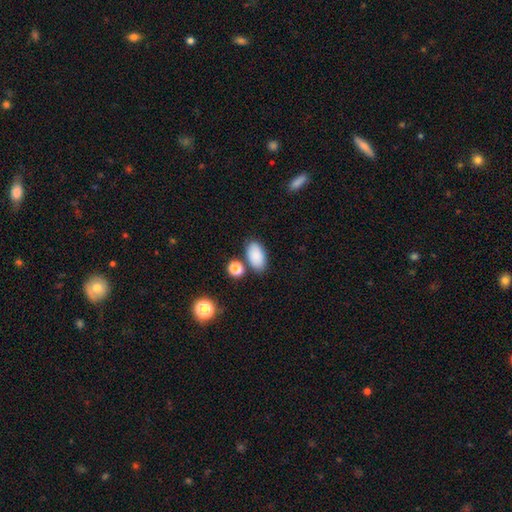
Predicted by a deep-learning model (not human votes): Morphology: type=smooth (87%); roundness=in between (94%); merging=none (75%).